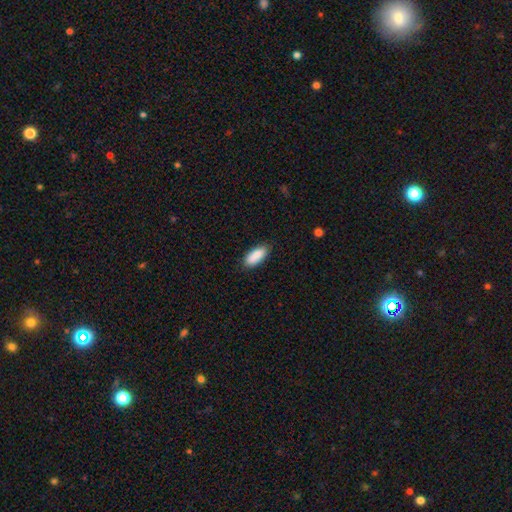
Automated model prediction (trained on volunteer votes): Overall: smooth (88%). How rounded: in between (83%). Merging: none (84%).